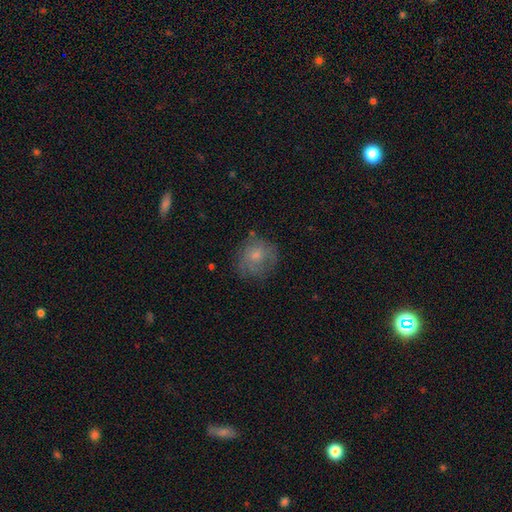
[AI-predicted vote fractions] Smooth or featured? smooth (64%)
How rounded? round (79%)
Merging? none (64%)